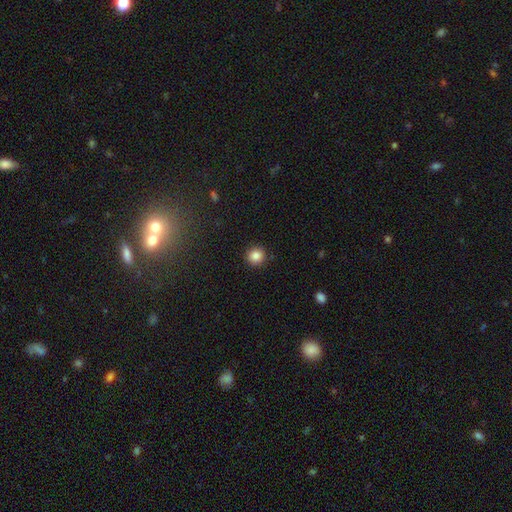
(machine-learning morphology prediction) Q: Smooth or featured?
A: smooth (85%); runner-up: star or artifact (11%)
Q: How rounded?
A: round (93%); runner-up: in between (6%)
Q: Merging?
A: none (91%); runner-up: minor disturbance (6%)